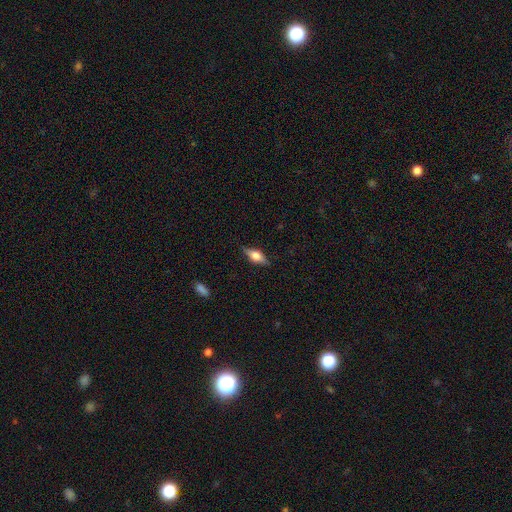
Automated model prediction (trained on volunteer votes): Overall: smooth (48%; featured or disk 44%). Merging: none (83%).